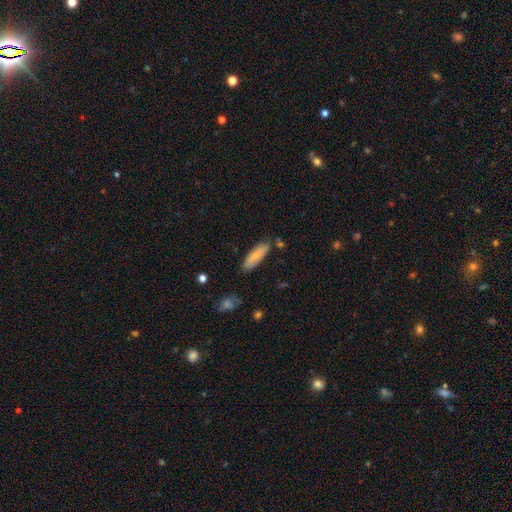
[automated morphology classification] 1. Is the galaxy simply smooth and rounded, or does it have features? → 80% smooth, 13% featured or disk, 6% star or artifact.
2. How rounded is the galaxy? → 50% cigar-shaped, 48% in between, 2% round.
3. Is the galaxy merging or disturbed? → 80% none, 14% minor disturbance, 4% merger, 3% major disturbance.